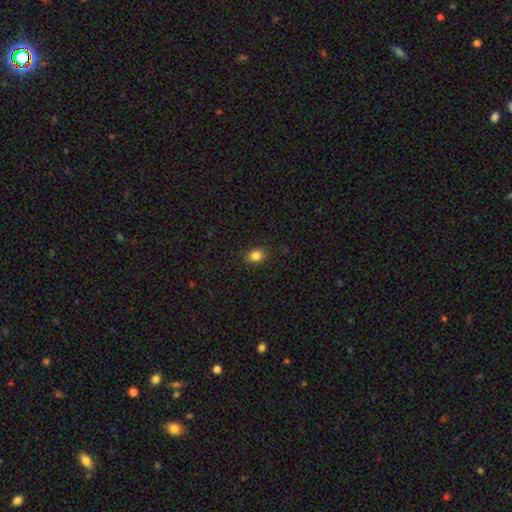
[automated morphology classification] This appears to be a smooth galaxy with no disk features (85%) that is round (51%). Merging: none (88%).